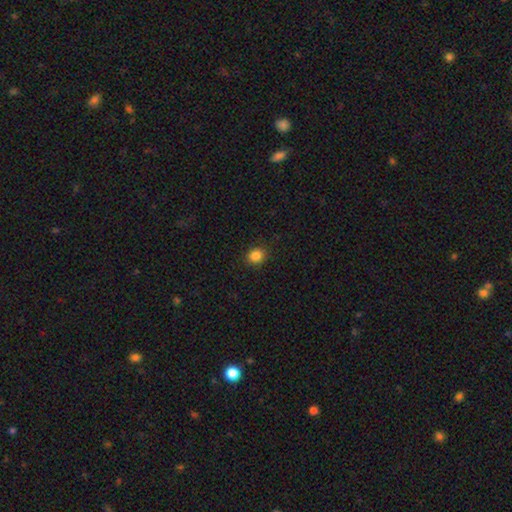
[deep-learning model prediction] smooth_or_featured: smooth (p=0.85) [alt: star or artifact p=0.11]
how_rounded: round (p=0.69) [alt: in between p=0.30]
merging: none (p=0.89) [alt: minor disturbance p=0.08]